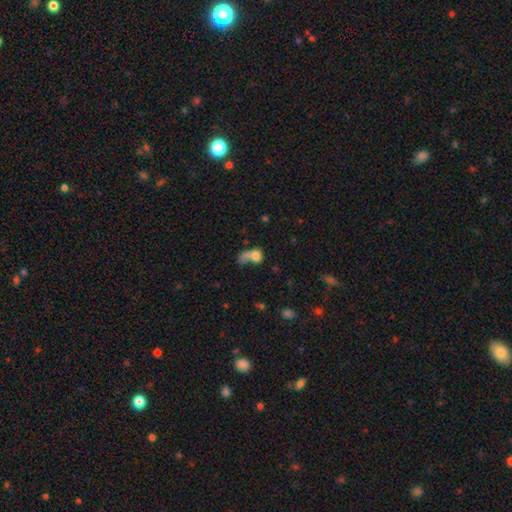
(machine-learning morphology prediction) Smooth or featured: smooth — 68% (featured or disk — 20%)
How rounded: in between — 49% (round — 46%)
Merging: merger — 39% (major disturbance — 29%)